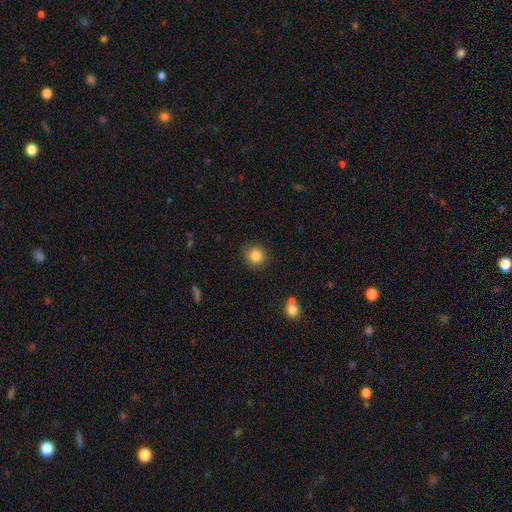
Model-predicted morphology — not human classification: Smooth or featured?
  - smooth: 85% *
  - star or artifact: 10%
  - featured or disk: 5%
How rounded?
  - round: 91% *
  - in between: 8%
  - cigar-shaped: 1%
Merging?
  - none: 88% *
  - minor disturbance: 8%
  - major disturbance: 2%
  - merger: 2%